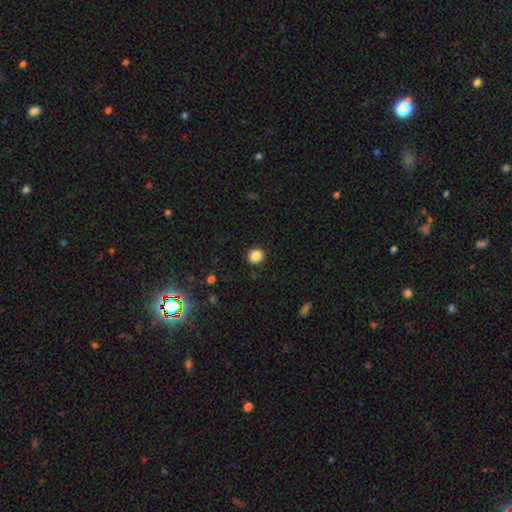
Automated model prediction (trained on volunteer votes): The model was most divided on "how rounded": round: 86%, in between: 13%, cigar-shaped: 1%. More confident: merging — none (92%); smooth or featured — smooth (86%).